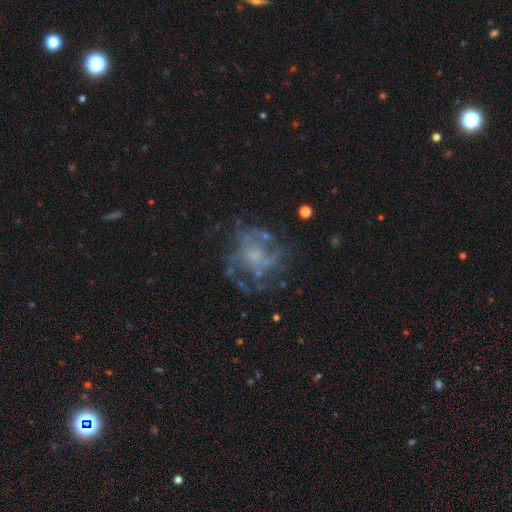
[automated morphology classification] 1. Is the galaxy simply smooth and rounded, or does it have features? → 64% featured or disk, 22% smooth, 14% star or artifact.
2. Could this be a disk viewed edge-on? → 98% no, 2% yes.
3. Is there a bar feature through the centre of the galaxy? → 81% no, 16% weak, 3% strong.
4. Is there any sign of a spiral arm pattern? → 57% no, 43% yes.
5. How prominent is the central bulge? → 33% small (tied), 33% none (tied), 28% moderate, 5% large, 1% dominant.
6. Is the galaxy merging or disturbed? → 55% none, 23% major disturbance, 18% minor disturbance, 4% merger.